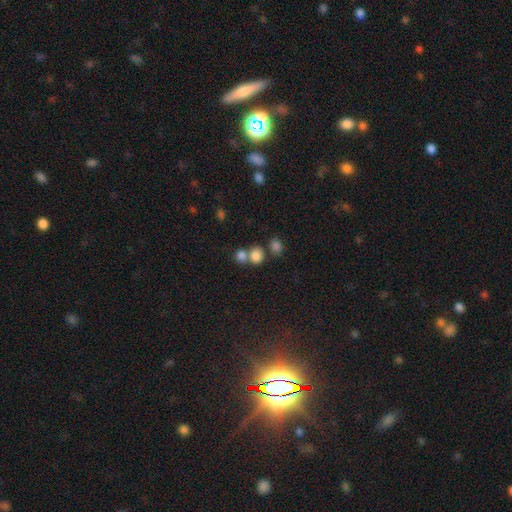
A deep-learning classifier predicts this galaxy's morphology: Q: Smooth or featured?
A: smooth (80%); runner-up: star or artifact (12%)
Q: How rounded?
A: round (75%); runner-up: in between (24%)
Q: Merging?
A: none (46%); runner-up: merger (43%)